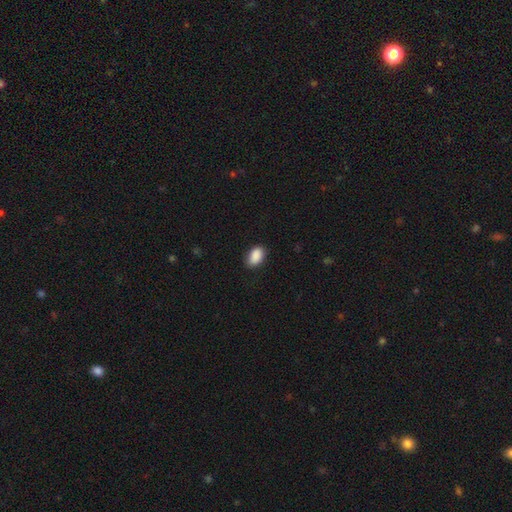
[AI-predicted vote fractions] Smooth or featured?
  - smooth: 90% *
  - star or artifact: 7%
  - featured or disk: 3%
How rounded?
  - in between: 91% *
  - round: 7%
  - cigar-shaped: 2%
Merging?
  - none: 83% *
  - minor disturbance: 13%
  - major disturbance: 3%
  - merger: 1%